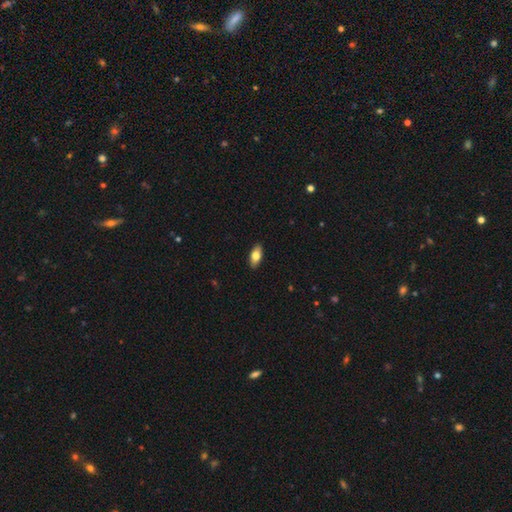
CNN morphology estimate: Q: Smooth or featured?
A: smooth (76%); runner-up: featured or disk (18%)
Q: How rounded?
A: in between (87%); runner-up: cigar-shaped (10%)
Q: Merging?
A: none (90%); runner-up: minor disturbance (8%)